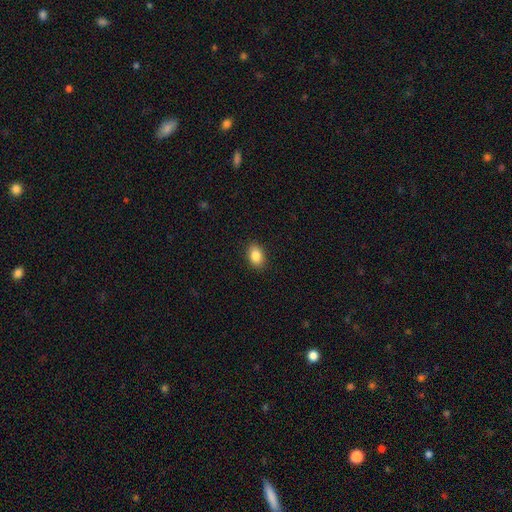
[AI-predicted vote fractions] This appears to be a smooth galaxy with no disk features (86%) that is in between round and cigar-shaped (83%). Merging: none (89%).